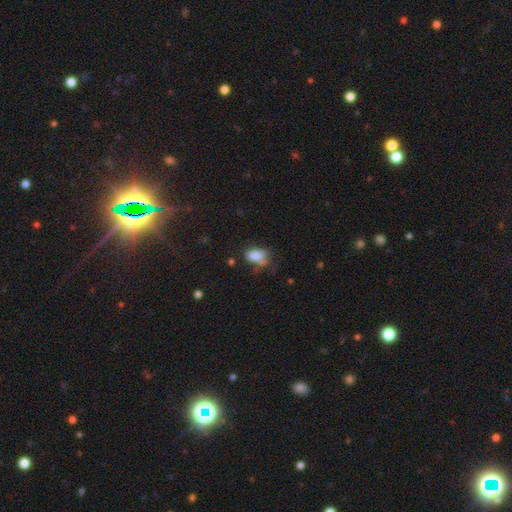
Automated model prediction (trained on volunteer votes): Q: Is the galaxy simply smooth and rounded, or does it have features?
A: smooth — 78%.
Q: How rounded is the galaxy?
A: in between — 84%.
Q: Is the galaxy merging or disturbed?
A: none — 48%.